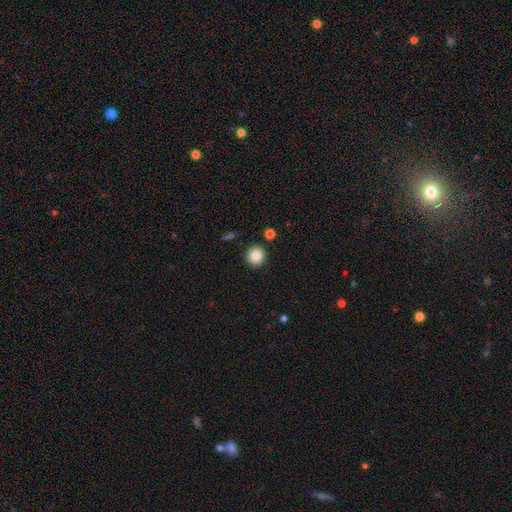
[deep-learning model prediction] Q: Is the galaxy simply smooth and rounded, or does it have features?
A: smooth — 85%.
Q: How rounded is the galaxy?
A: round — 92%.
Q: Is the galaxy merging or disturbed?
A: none — 90%.